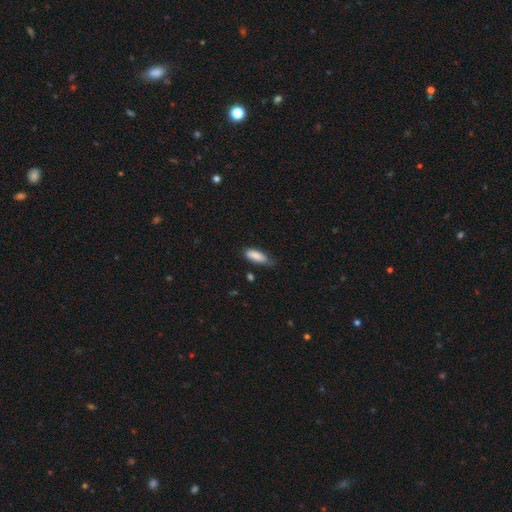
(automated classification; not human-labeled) The model was most divided on "merging": none: 55%, minor disturbance: 36%, major disturbance: 6%, merger: 2%. More confident: smooth or featured — smooth (85%); how rounded — in between (68%).